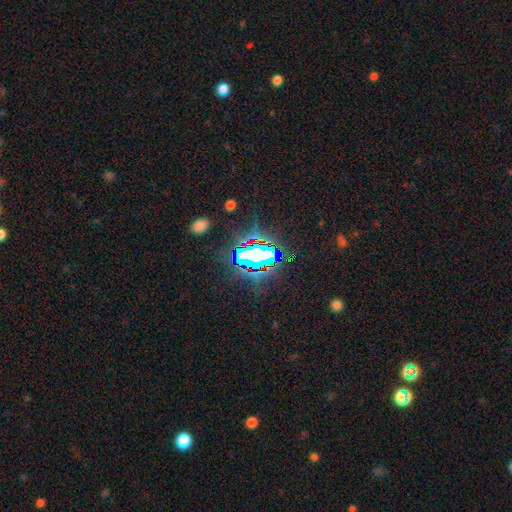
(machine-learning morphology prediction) Smooth or featured?
  - star or artifact: 70% *
  - smooth: 16%
  - featured or disk: 14%